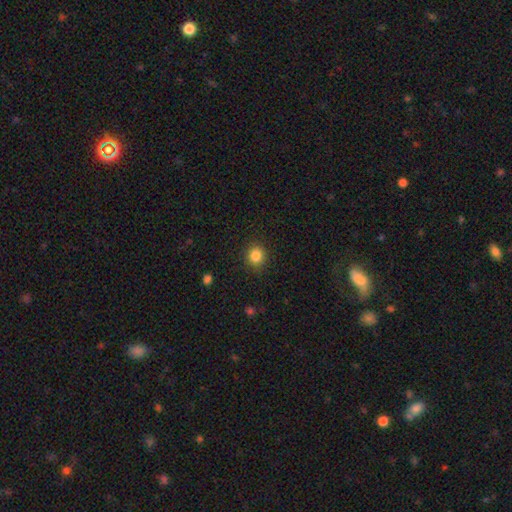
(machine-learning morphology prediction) Q: Smooth or featured?
A: smooth (85%); runner-up: star or artifact (11%)
Q: How rounded?
A: round (82%); runner-up: in between (17%)
Q: Merging?
A: none (89%); runner-up: minor disturbance (7%)